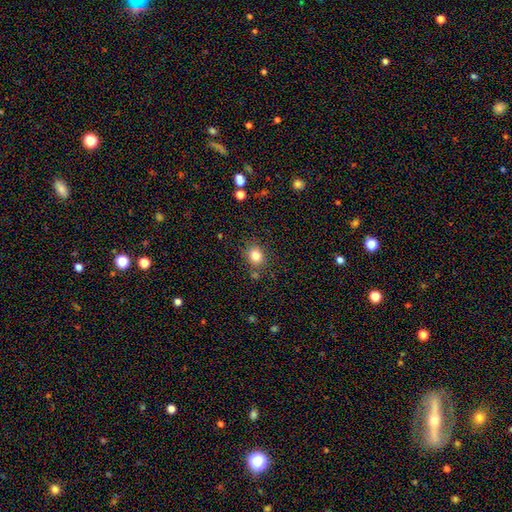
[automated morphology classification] Smooth or featured: smooth — 81% (star or artifact — 12%)
How rounded: round — 65% (in between — 34%)
Merging: none — 78% (minor disturbance — 12%)